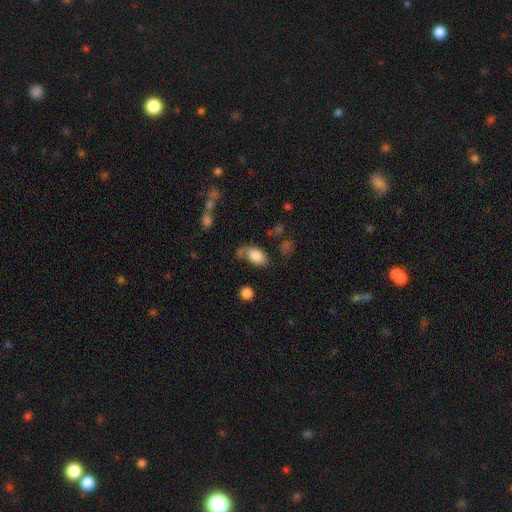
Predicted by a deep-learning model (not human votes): smooth_or_featured: smooth (p=0.82) [alt: featured or disk p=0.11]
how_rounded: in between (p=0.91) [alt: round p=0.07]
merging: none (p=0.53) [alt: minor disturbance p=0.26]